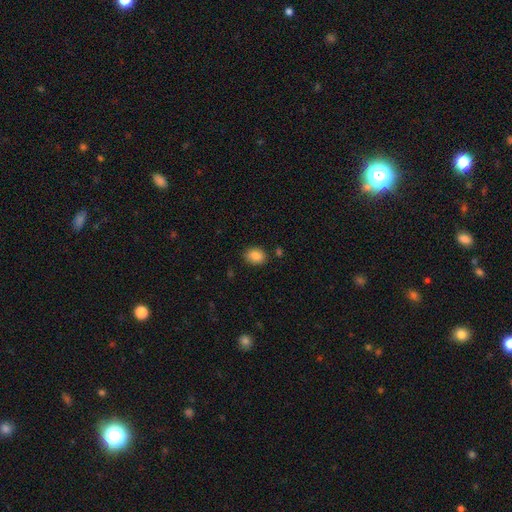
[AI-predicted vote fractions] Q: Smooth or featured?
A: smooth (85%); runner-up: star or artifact (9%)
Q: How rounded?
A: in between (65%); runner-up: round (34%)
Q: Merging?
A: none (85%); runner-up: minor disturbance (10%)